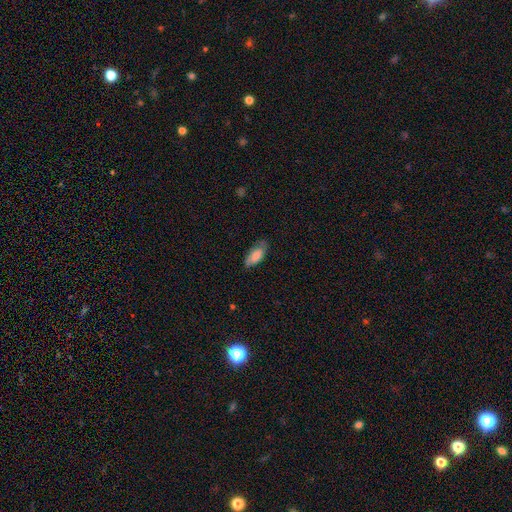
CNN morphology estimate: Smooth or featured? smooth (77%)
How rounded? in between (83%)
Merging? none (68%)